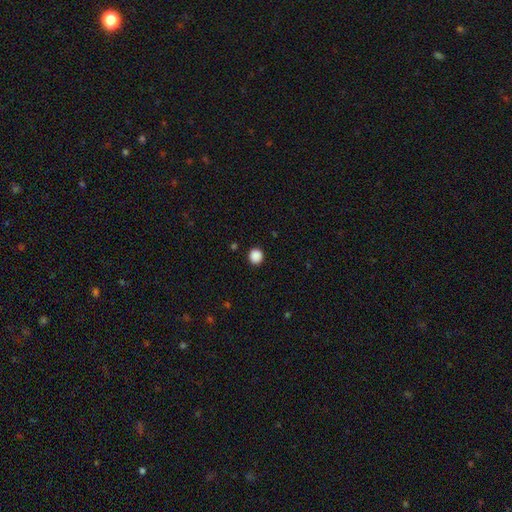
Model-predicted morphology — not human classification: Smooth or featured? Predicted: smooth (p=0.88). How rounded? Predicted: round (p=0.90). Merging? Predicted: none (p=0.92).